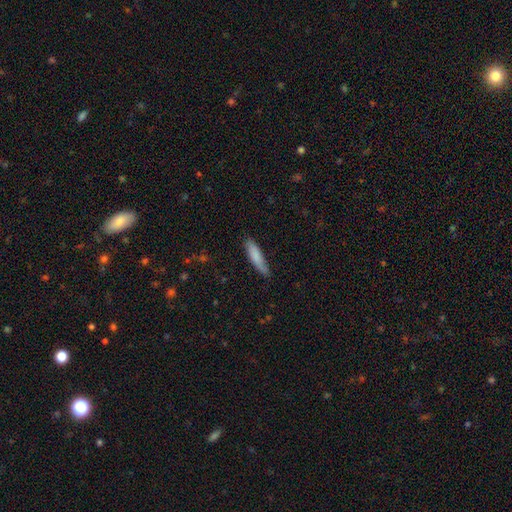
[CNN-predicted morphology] Smooth or featured?
  - smooth: 81% *
  - featured or disk: 13%
  - star or artifact: 6%
How rounded?
  - cigar-shaped: 77% *
  - in between: 22%
  - round: 1%
Merging?
  - none: 75% *
  - minor disturbance: 20%
  - major disturbance: 3%
  - merger: 1%